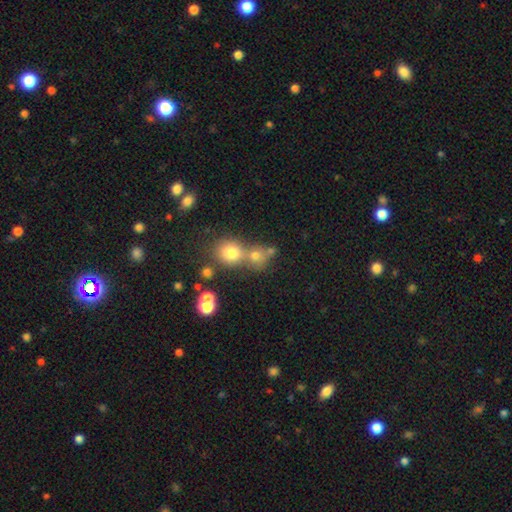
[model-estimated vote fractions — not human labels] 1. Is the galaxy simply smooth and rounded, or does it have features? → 70% smooth, 17% star or artifact, 12% featured or disk.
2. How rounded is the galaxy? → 77% round, 22% in between, 1% cigar-shaped.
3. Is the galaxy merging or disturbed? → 50% merger, 39% none, 7% minor disturbance, 4% major disturbance.